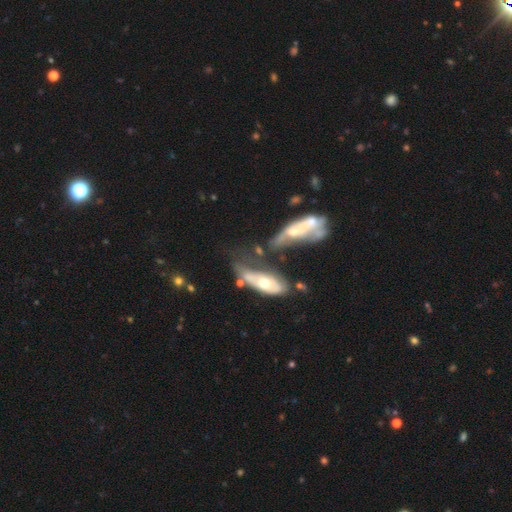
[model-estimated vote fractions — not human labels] smooth_or_featured: featured or disk (p=0.58) [alt: smooth p=0.32]
disk_edge_on: no (p=0.76) [alt: yes p=0.24]
merging: merger (p=0.44) [alt: major disturbance p=0.23]